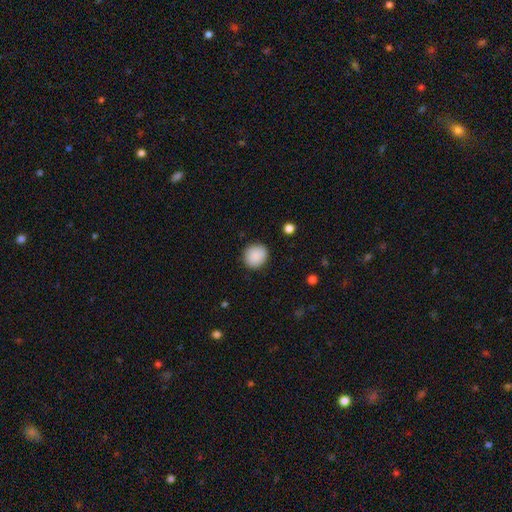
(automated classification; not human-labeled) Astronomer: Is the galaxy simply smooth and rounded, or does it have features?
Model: smooth — 89%.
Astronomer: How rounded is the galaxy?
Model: round — 84%.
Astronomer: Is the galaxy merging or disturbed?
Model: none — 89%.